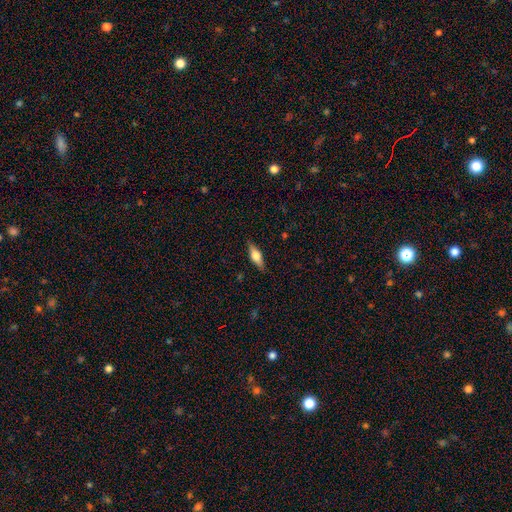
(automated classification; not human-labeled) This is possibly a smooth galaxy (55%). How rounded: possibly in between (59%). Merging: clearly none (85%).